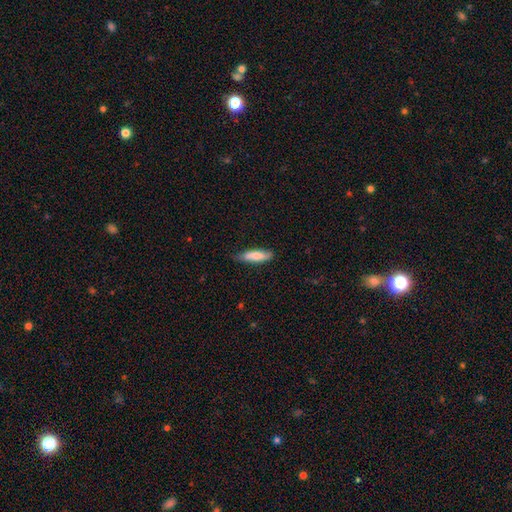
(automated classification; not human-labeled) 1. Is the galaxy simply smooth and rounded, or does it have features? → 76% smooth, 18% featured or disk, 6% star or artifact.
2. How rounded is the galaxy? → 64% cigar-shaped, 35% in between, 2% round.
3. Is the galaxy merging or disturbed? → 75% none, 21% minor disturbance, 3% major disturbance, 1% merger.